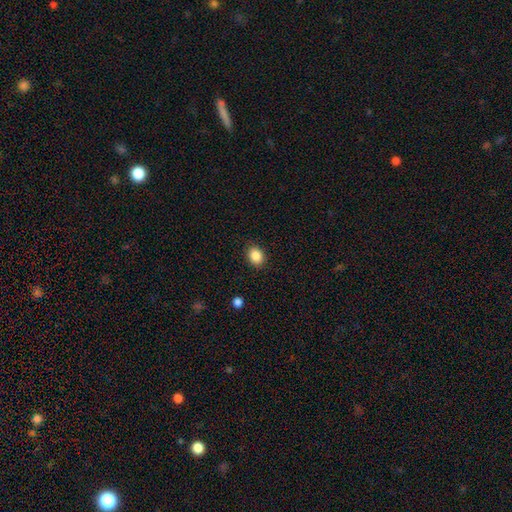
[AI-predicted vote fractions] Morphology: type=smooth (86%); roundness=in between (53%); merging=none (88%).